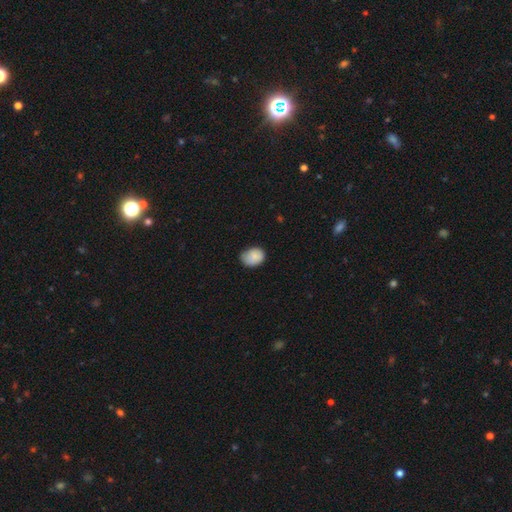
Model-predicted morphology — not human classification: smooth-or-featured: smooth: 85% | star or artifact: 8% | featured or disk: 7%
  how-rounded: in between: 62% | round: 37% | cigar-shaped: 1%
  merging: none: 65% | minor disturbance: 29% | major disturbance: 5% | merger: 1%